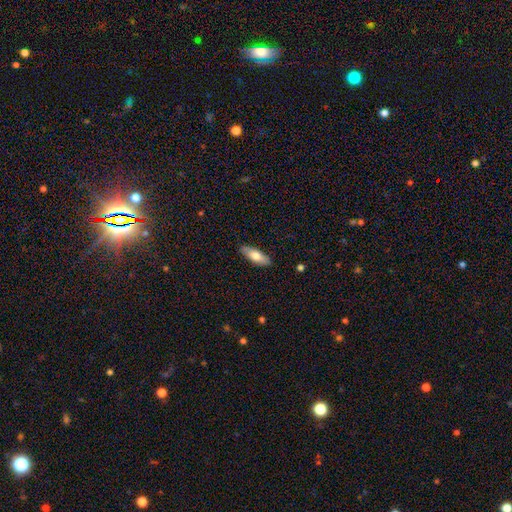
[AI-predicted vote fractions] The model was most divided on "how rounded": in between: 66%, cigar-shaped: 32%, round: 2%. More confident: merging — none (88%); smooth or featured — smooth (68%).